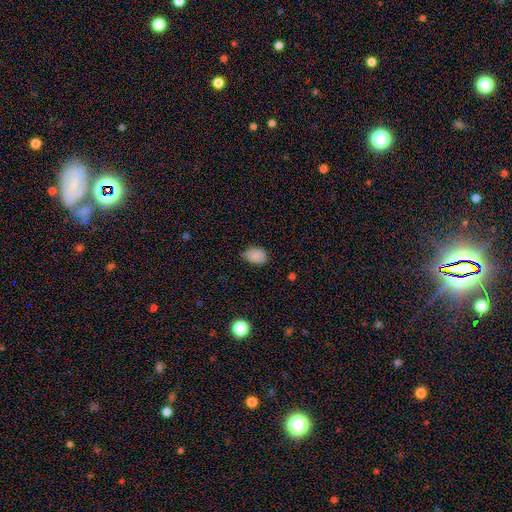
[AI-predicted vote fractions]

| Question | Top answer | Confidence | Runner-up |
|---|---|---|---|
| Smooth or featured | smooth | 80% | star or artifact (11%) |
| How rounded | in between | 78% | round (21%) |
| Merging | none | 69% | minor disturbance (26%) |